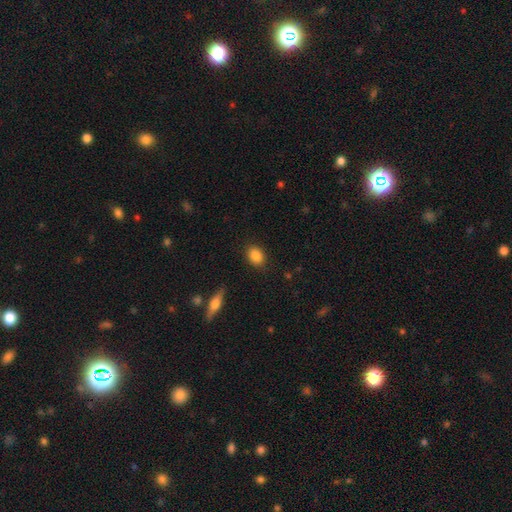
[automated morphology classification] Smooth or featured: smooth — 86% (star or artifact — 8%)
How rounded: in between — 63% (round — 35%)
Merging: none — 87% (minor disturbance — 9%)